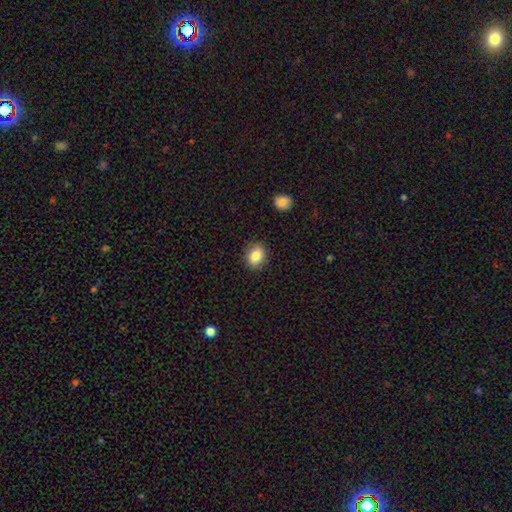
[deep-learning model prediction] Morphology: type=smooth (84%); roundness=round (63%); merging=none (88%).